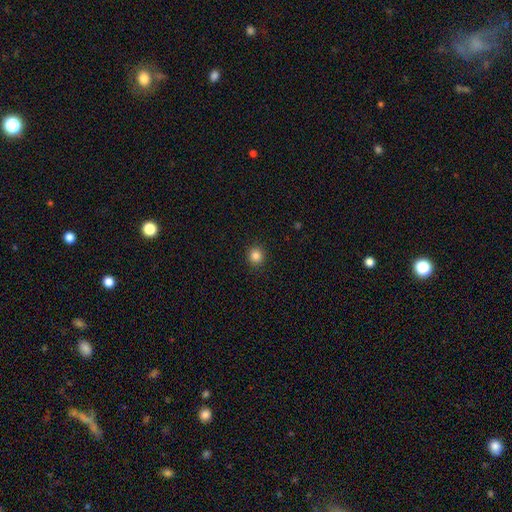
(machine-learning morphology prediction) Q: Smooth or featured?
A: smooth (85%); runner-up: star or artifact (11%)
Q: How rounded?
A: round (92%); runner-up: in between (7%)
Q: Merging?
A: none (92%); runner-up: minor disturbance (5%)